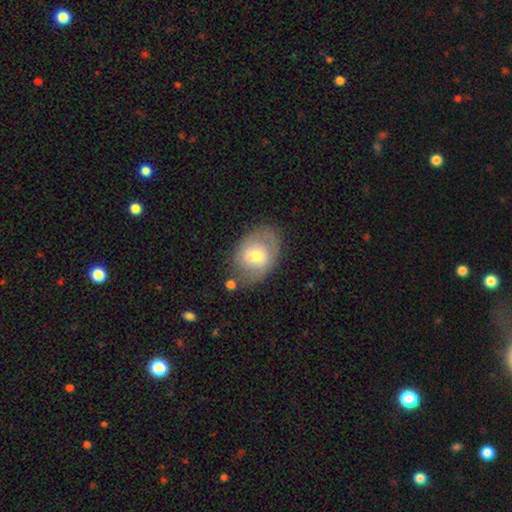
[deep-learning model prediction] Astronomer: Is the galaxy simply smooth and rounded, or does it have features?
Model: smooth — 55% (runner-up: featured or disk, 38%).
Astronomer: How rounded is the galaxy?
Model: in between — 76%.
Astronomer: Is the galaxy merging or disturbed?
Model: none — 66%.